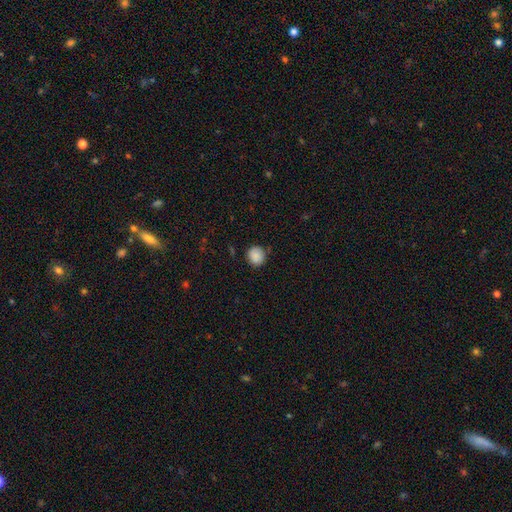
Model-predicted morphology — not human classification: Overall: smooth (87%). How rounded: round (88%). Merging: none (81%).